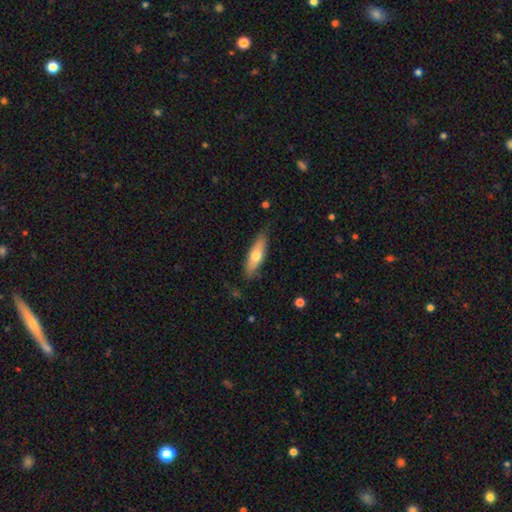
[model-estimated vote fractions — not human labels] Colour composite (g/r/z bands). It shows a smooth galaxy with no disk features (61%) that is cigar-shaped (55%). Merging: none (78%).